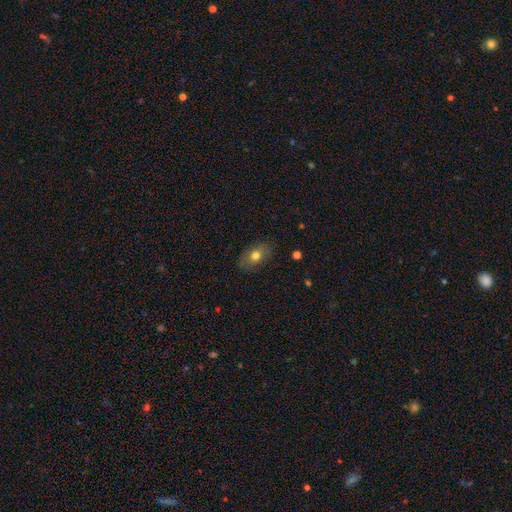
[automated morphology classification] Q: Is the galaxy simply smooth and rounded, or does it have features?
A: smooth — 69%.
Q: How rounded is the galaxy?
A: in between — 83%.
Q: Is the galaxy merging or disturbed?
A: none — 82%.